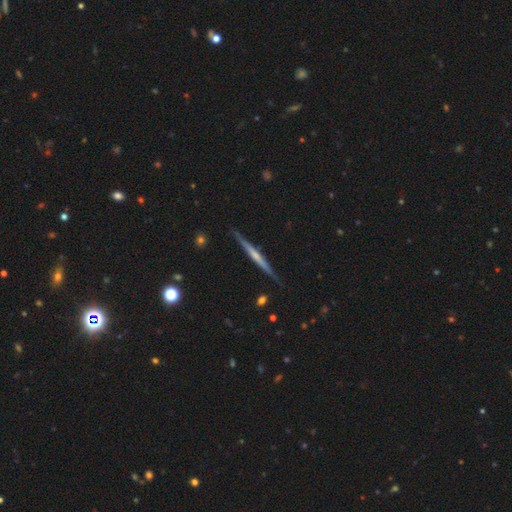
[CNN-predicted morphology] This is likely a featured or disk galaxy (67%). It is clearly viewed edge-on (98%). Edge-on bulge: possibly none (55%). Merging: clearly none (87%).